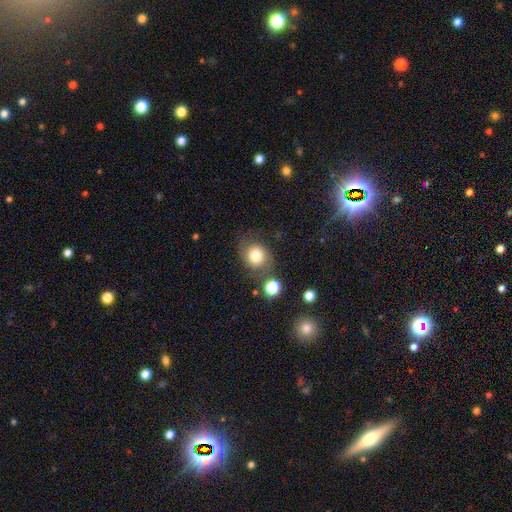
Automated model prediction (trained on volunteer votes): A smooth galaxy with no disk features (70%) that is round (74%). Merging: none (64%).